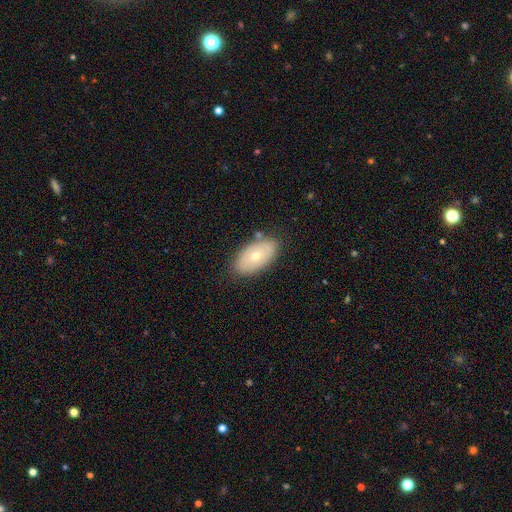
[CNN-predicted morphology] The model was most divided on "smooth or featured": smooth: 62%, featured or disk: 31%, star or artifact: 7%. More confident: how rounded — in between (93%); merging — none (80%).